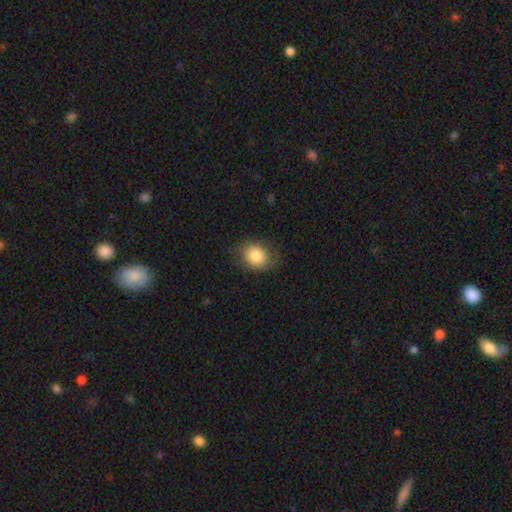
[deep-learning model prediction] Smooth or featured?
  - smooth: 83% *
  - featured or disk: 9%
  - star or artifact: 8%
How rounded?
  - in between: 50% *
  - round: 49%
  - cigar-shaped: 1%
Merging?
  - none: 76% *
  - minor disturbance: 17%
  - major disturbance: 5%
  - merger: 1%